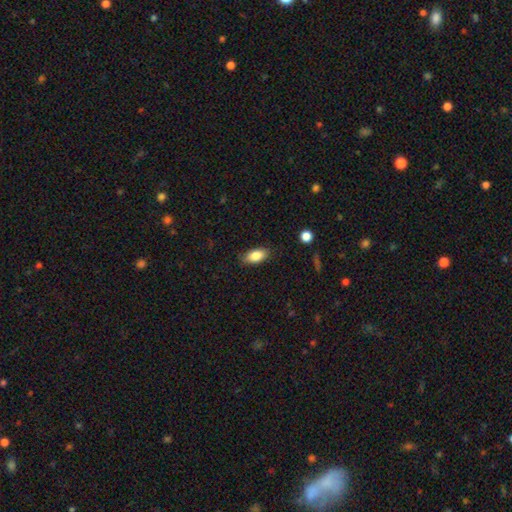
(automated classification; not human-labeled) A smooth galaxy with no disk features (84%) that is in between round and cigar-shaped (89%). Merging: none (84%).